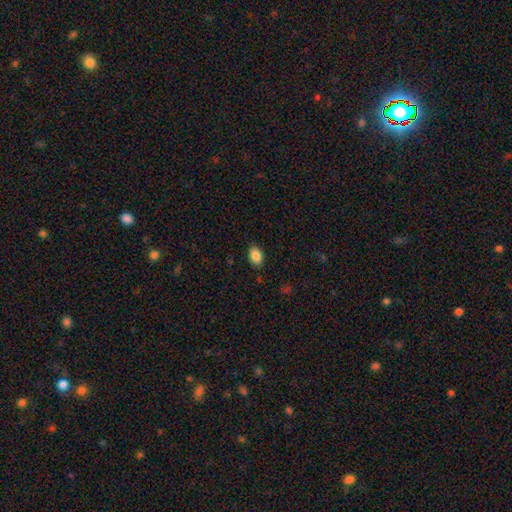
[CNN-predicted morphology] The model was most divided on "how rounded": in between: 81%, round: 18%, cigar-shaped: 1%. More confident: smooth or featured — smooth (87%); merging — none (87%).